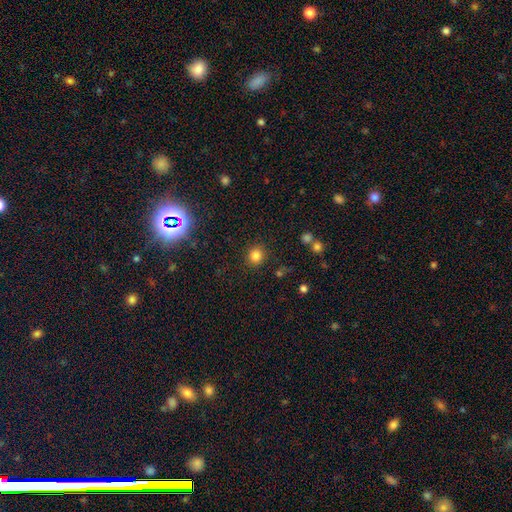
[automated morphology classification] smooth_or_featured: smooth (p=0.82) [alt: star or artifact p=0.13]
how_rounded: round (p=0.87) [alt: in between p=0.12]
merging: none (p=0.88) [alt: minor disturbance p=0.07]